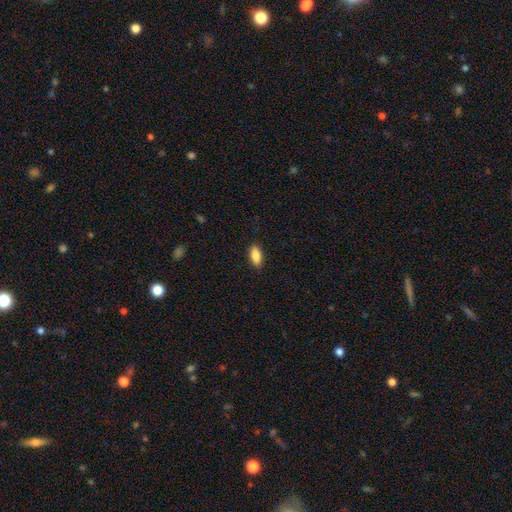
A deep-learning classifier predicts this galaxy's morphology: smooth-or-featured: smooth: 89% | star or artifact: 7% | featured or disk: 4%
  how-rounded: in between: 89% | cigar-shaped: 8% | round: 3%
  merging: none: 88% | minor disturbance: 9% | major disturbance: 2% | merger: 1%